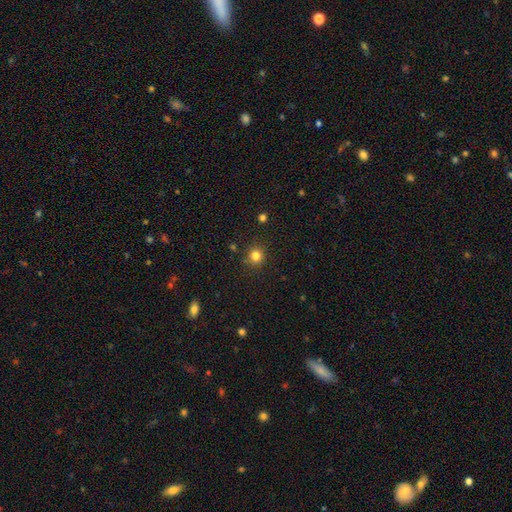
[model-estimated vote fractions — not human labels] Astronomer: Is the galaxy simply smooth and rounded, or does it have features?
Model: smooth — 82%.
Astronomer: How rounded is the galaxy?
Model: round — 92%.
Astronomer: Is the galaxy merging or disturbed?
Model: none — 88%.